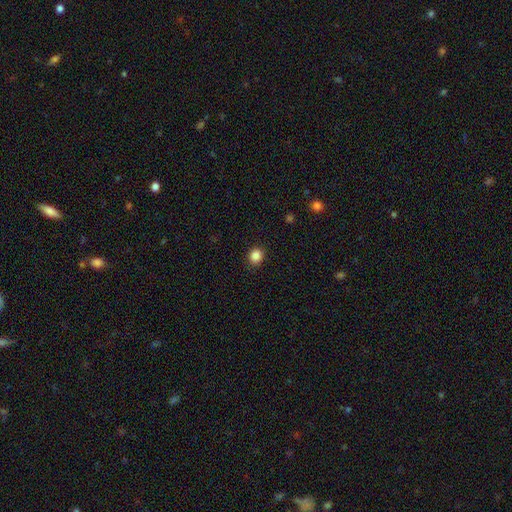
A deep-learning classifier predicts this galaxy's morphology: smooth_or_featured: smooth (p=0.86) [alt: star or artifact p=0.10]
how_rounded: round (p=0.71) [alt: in between p=0.28]
merging: none (p=0.90) [alt: minor disturbance p=0.07]